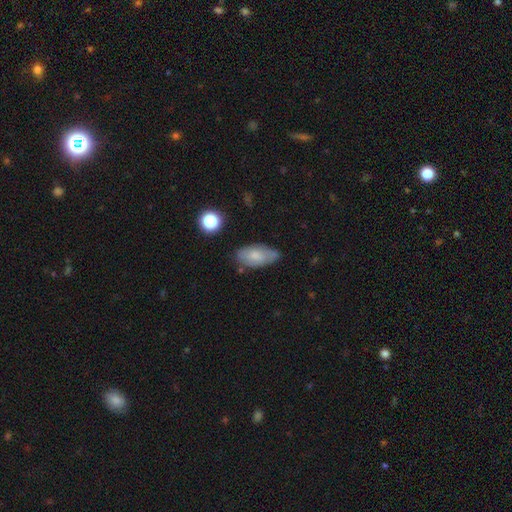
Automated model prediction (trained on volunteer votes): Overall: smooth (70%). How rounded: in between (92%). Merging: none (65%; minor disturbance 26%).